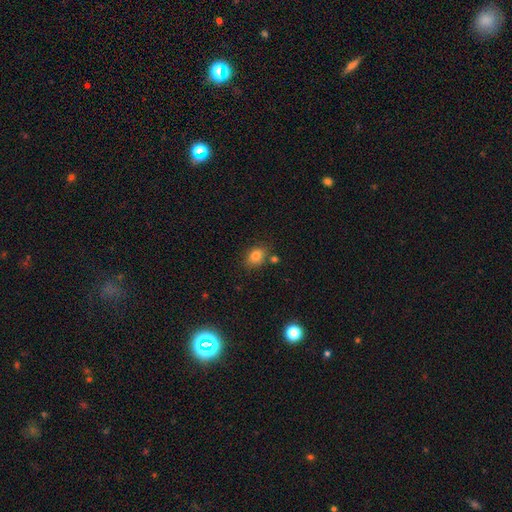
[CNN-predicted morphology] smooth 82%, star or artifact 11%, featured or disk 6%. Down the decision tree: how rounded — in between (62%); merging — none (72%).